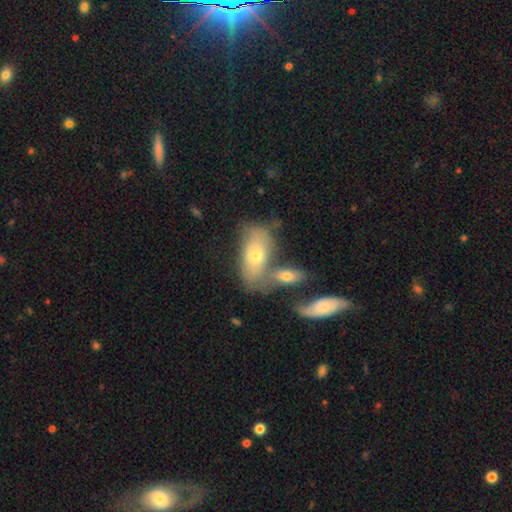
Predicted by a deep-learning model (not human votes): Morphology: type=smooth (56%); roundness=in between (84%); merging=none (41%).